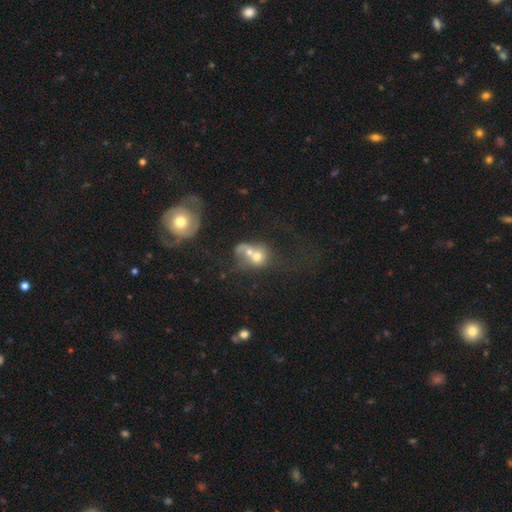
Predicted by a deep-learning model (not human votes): Overall: smooth (56%; featured or disk 31%). How rounded: round (66%; in between 33%). Merging: merger (66%).